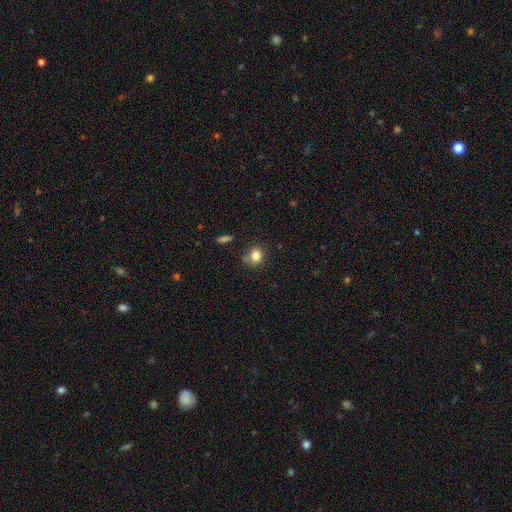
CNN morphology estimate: This is clearly a smooth galaxy (82%). How rounded: likely round (75%). Merging: likely none (71%).